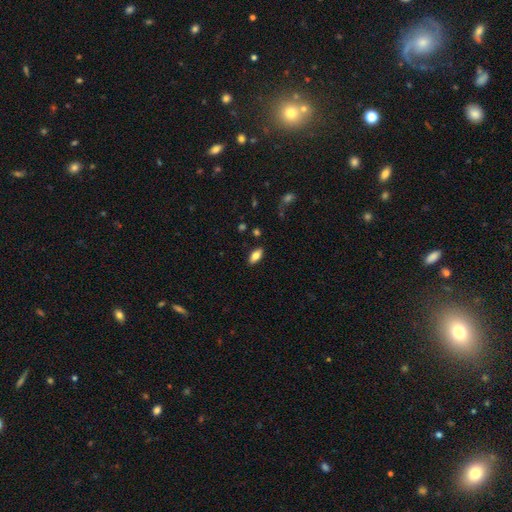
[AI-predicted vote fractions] Smooth or featured? smooth (79%)
How rounded? in between (89%)
Merging? none (87%)